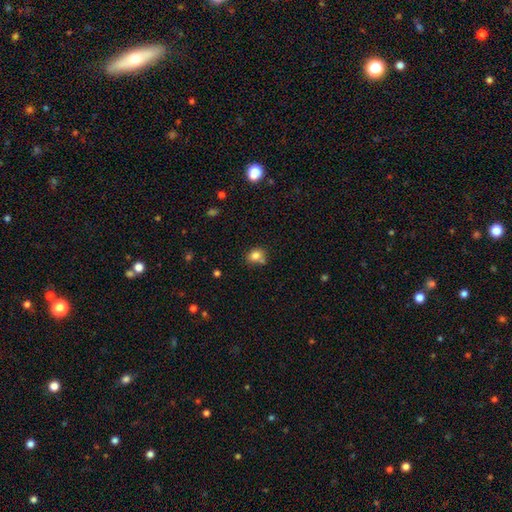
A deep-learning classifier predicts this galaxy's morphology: smooth-or-featured: smooth: 80% | star or artifact: 11% | featured or disk: 8%
  how-rounded: round: 59% | in between: 40% | cigar-shaped: 1%
  merging: none: 60% | merger: 19% | minor disturbance: 17% | major disturbance: 4%